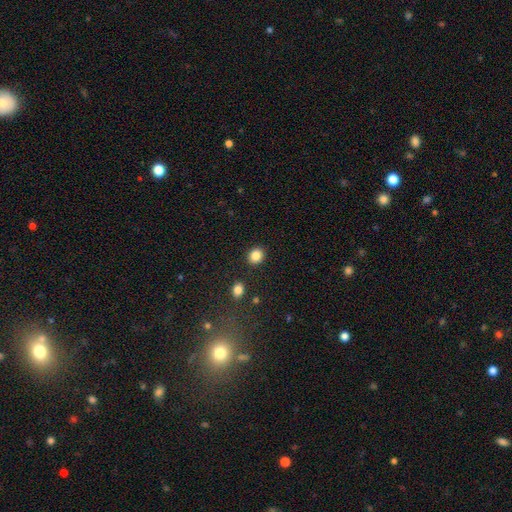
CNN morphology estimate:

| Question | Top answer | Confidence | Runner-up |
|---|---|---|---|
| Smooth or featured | smooth | 85% | star or artifact (10%) |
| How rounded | round | 71% | in between (28%) |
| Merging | none | 89% | minor disturbance (7%) |